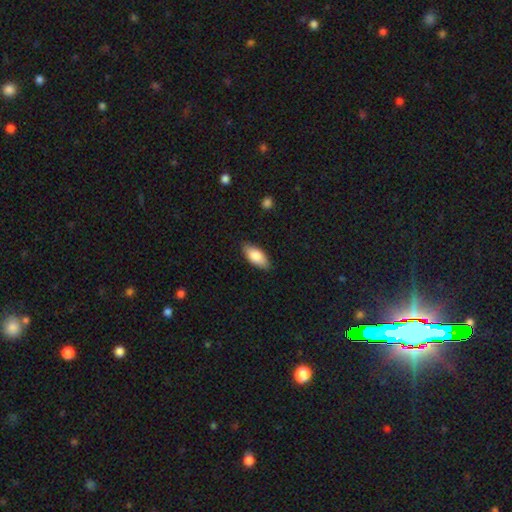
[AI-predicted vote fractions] Smooth or featured?
  - smooth: 80% *
  - featured or disk: 14%
  - star or artifact: 6%
How rounded?
  - in between: 87% *
  - cigar-shaped: 11%
  - round: 2%
Merging?
  - none: 85% *
  - minor disturbance: 12%
  - major disturbance: 2%
  - merger: 1%